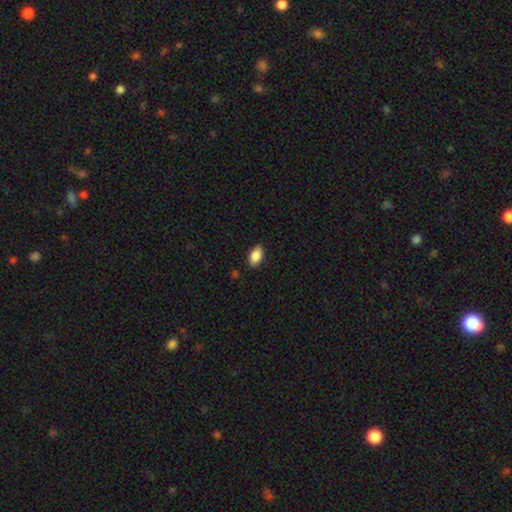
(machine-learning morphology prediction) Smooth or featured? Predicted: smooth (p=0.87). How rounded? Predicted: in between (p=0.92). Merging? Predicted: none (p=0.87).